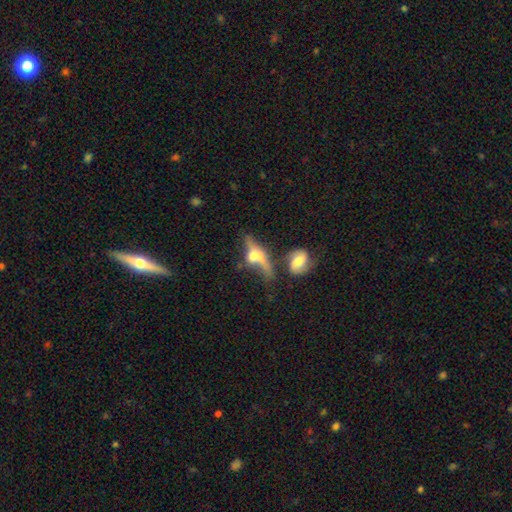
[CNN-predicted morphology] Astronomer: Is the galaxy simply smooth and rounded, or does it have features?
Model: featured or disk — 59%.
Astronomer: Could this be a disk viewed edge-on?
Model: yes — 56% (runner-up: no, 44%).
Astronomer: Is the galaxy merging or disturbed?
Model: merger — 38% (runner-up: none, 28%).